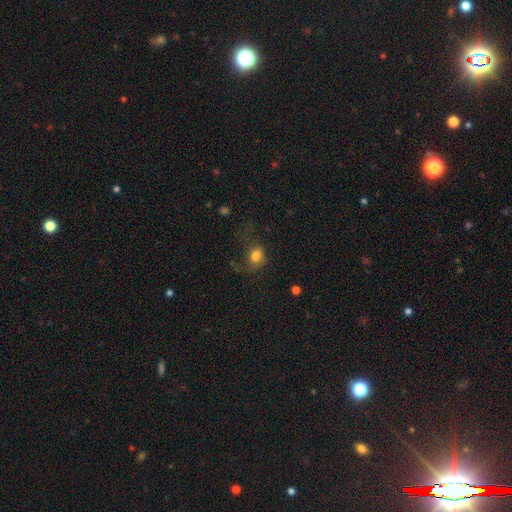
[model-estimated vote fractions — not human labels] Morphology: type=smooth (76%); roundness=in between (56%); merging=none (38%).